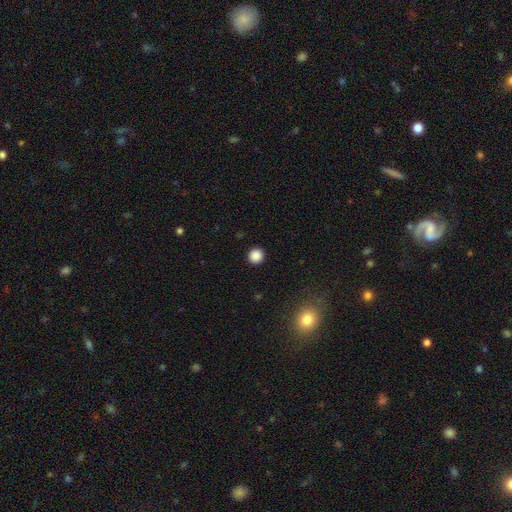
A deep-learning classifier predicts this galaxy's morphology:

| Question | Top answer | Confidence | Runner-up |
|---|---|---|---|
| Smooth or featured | smooth | 87% | star or artifact (11%) |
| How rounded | round | 94% | in between (5%) |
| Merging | none | 93% | minor disturbance (4%) |